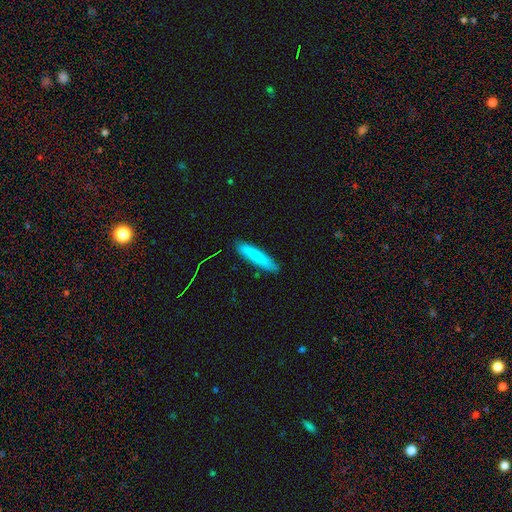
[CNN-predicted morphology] Smooth or featured?
  - smooth: 82% *
  - featured or disk: 12%
  - star or artifact: 6%
How rounded?
  - cigar-shaped: 90% *
  - in between: 9%
  - round: 1%
Merging?
  - none: 87% *
  - minor disturbance: 10%
  - major disturbance: 2%
  - merger: 2%